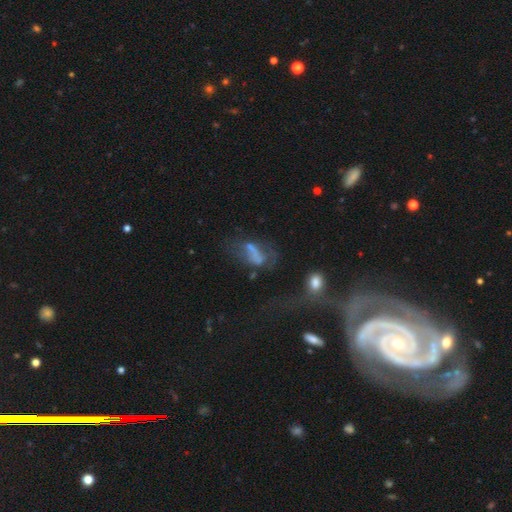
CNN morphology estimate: This appears to be a featured or disk galaxy (41%, tied with smooth). Merging: major disturbance (42%).